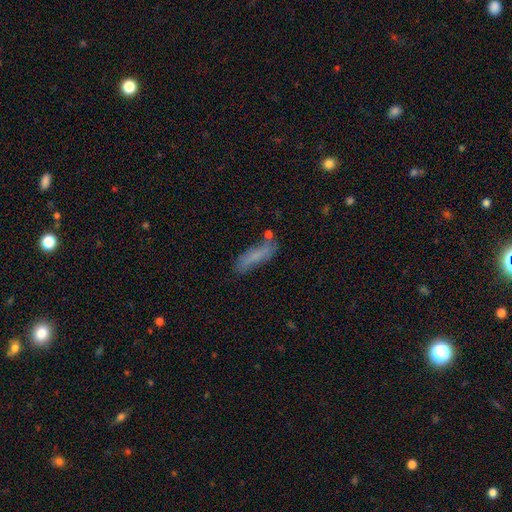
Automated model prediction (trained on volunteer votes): A smooth galaxy with no disk features (69%) that is cigar-shaped (65%). Merging: none (65%).